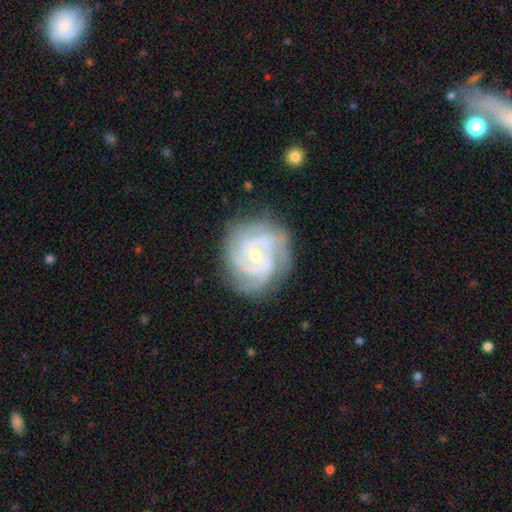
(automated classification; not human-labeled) Overall: featured or disk (87%). Edge-on disk: no (98%). Bar: no (64%; weak 29%). Spiral arms: yes (97%). Spiral arm count: 3 (37%; 2 22%). Spiral winding: tight (66%; medium 29%). Bulge size: small (64%; moderate 33%). Merging: none (75%).